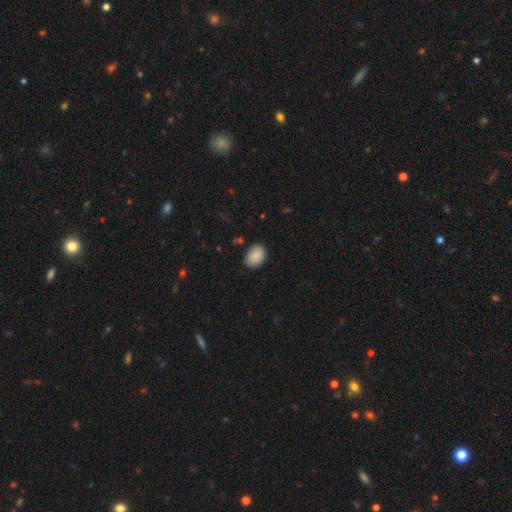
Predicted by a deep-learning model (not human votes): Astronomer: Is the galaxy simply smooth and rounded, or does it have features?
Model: smooth — 89%.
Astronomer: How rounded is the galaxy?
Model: in between — 76%.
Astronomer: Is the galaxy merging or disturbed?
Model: none — 78%.